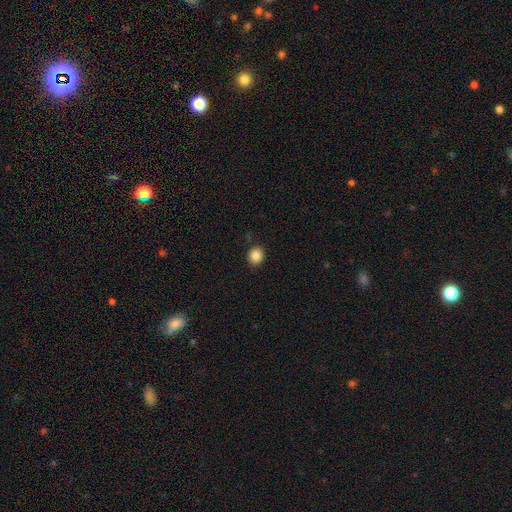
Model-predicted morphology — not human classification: Overall: smooth (86%). How rounded: round (75%). Merging: none (89%).